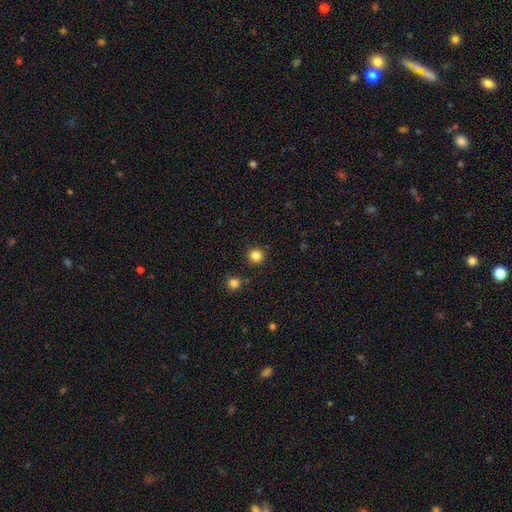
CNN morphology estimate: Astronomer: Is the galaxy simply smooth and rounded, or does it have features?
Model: smooth — 83%.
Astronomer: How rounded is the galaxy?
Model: round — 96%.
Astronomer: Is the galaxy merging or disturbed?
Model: none — 90%.